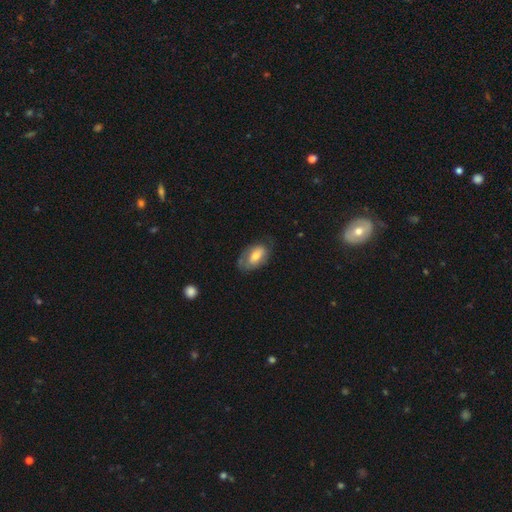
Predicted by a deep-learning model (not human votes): Smooth or featured: smooth — 58% (featured or disk — 35%)
How rounded: in between — 91% (round — 6%)
Merging: none — 59% (minor disturbance — 27%)